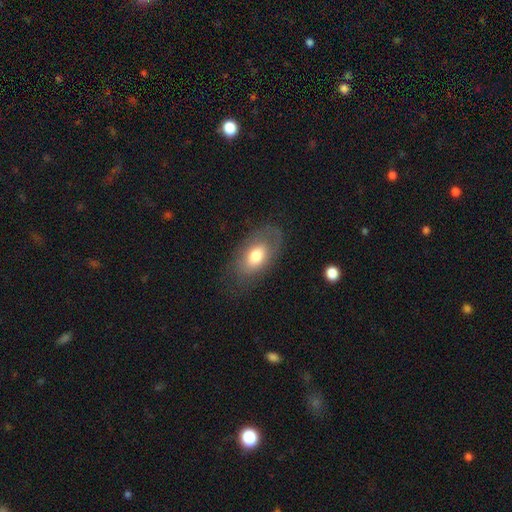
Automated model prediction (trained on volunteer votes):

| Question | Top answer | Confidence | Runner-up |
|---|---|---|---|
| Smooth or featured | smooth | 65% | featured or disk (27%) |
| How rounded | in between | 89% | round (9%) |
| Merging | none | 68% | minor disturbance (19%) |